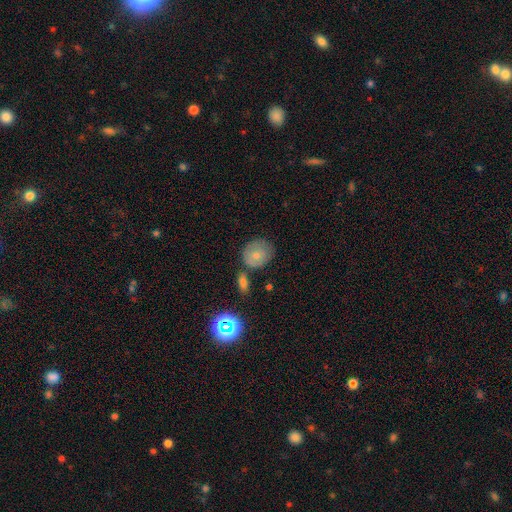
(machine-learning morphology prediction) smooth_or_featured: smooth (p=0.71) [alt: featured or disk p=0.18]
how_rounded: round (p=0.75) [alt: in between p=0.24]
merging: none (p=0.61) [alt: minor disturbance p=0.20]